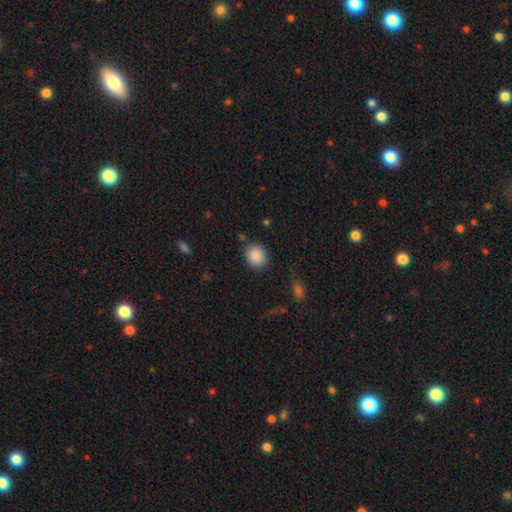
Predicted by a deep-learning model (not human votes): smooth-or-featured: smooth: 88% | star or artifact: 8% | featured or disk: 4%
  how-rounded: round: 69% | in between: 30% | cigar-shaped: 1%
  merging: none: 84% | minor disturbance: 10% | major disturbance: 3% | merger: 3%